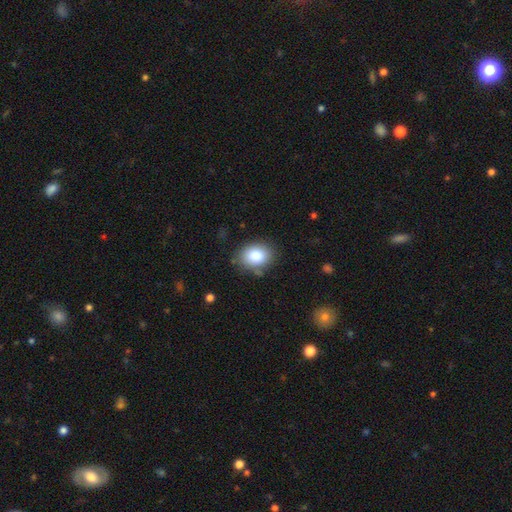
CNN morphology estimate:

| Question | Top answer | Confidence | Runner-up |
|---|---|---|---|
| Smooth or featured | smooth | 83% | star or artifact (9%) |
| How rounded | in between | 61% | round (38%) |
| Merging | none | 78% | minor disturbance (16%) |